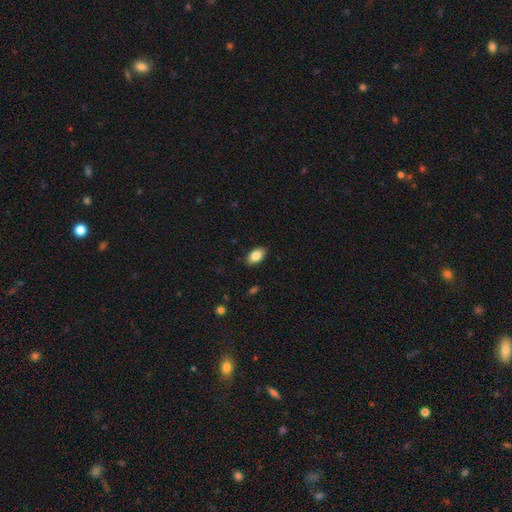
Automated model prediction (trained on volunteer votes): smooth-or-featured: smooth: 83% | featured or disk: 9% | star or artifact: 7%
  how-rounded: in between: 92% | round: 6% | cigar-shaped: 2%
  merging: none: 87% | minor disturbance: 10% | major disturbance: 2% | merger: 1%